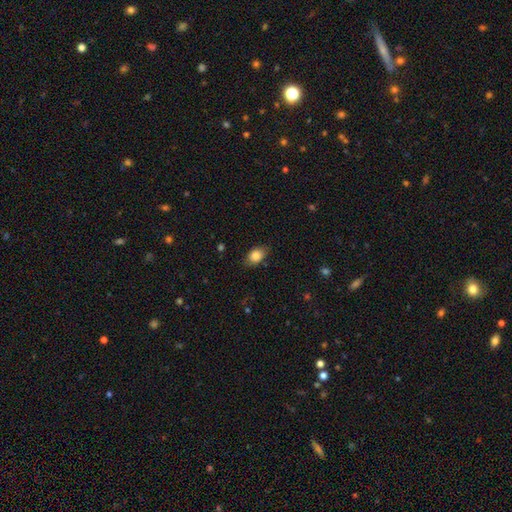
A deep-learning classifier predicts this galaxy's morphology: Q: Smooth or featured?
A: smooth (84%); runner-up: star or artifact (8%)
Q: How rounded?
A: in between (80%); runner-up: round (18%)
Q: Merging?
A: none (78%); runner-up: minor disturbance (17%)